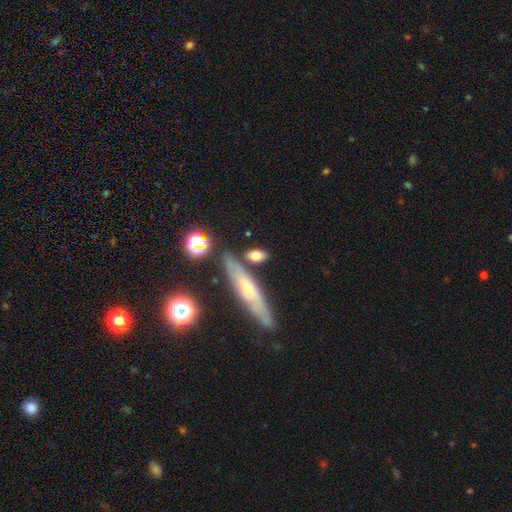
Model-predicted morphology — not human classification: The model was most divided on "how rounded": in between: 70%, cigar-shaped: 22%, round: 9%. More confident: smooth or featured — smooth (73%); merging — none (72%).